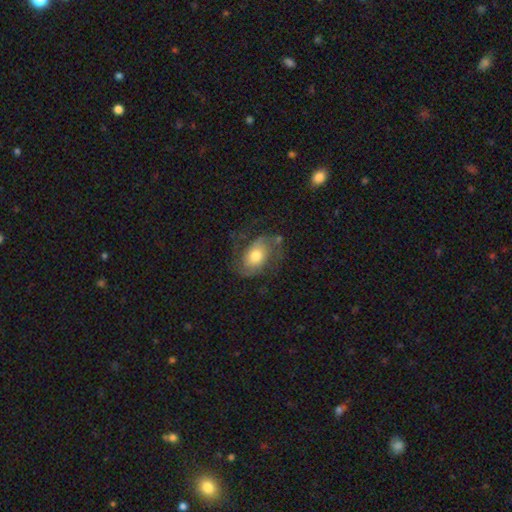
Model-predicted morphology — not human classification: featured or disk 64%, smooth 29%, star or artifact 7%. Down the decision tree: edge-on disk — no (96%); bar — no (69%); spiral arms — yes (85%); spiral arm count — 2 (79%); spiral winding — medium (45%); bulge size — moderate (66%); merging — none (55%).